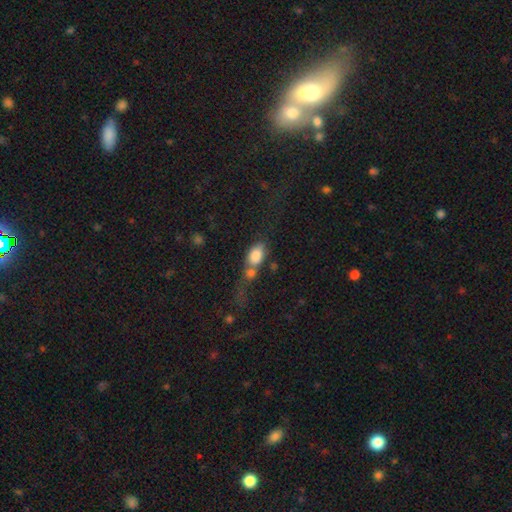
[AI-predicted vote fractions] A smooth galaxy with no disk features (81%) that is in between round and cigar-shaped (84%).

Vote fractions:
- Smooth or featured? smooth: 81% / featured or disk: 10% / star or artifact: 8%
- How rounded? in between: 84% / round: 12% / cigar-shaped: 4%
- Merging? merger: 53% / none: 23% / major disturbance: 13% / minor disturbance: 11%